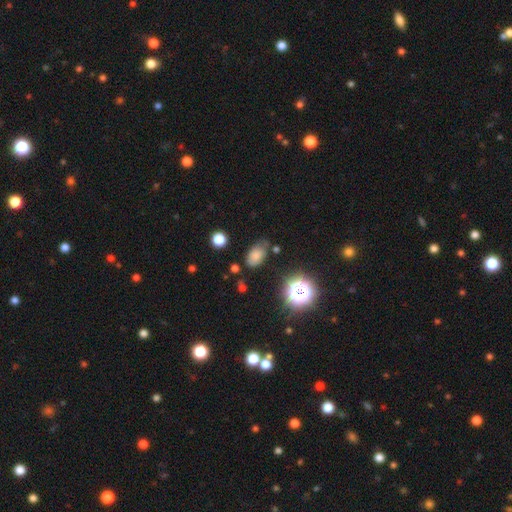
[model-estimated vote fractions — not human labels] Smooth or featured? Predicted: smooth (p=0.72). How rounded? Predicted: in between (p=0.86). Merging? Predicted: none (p=0.63).